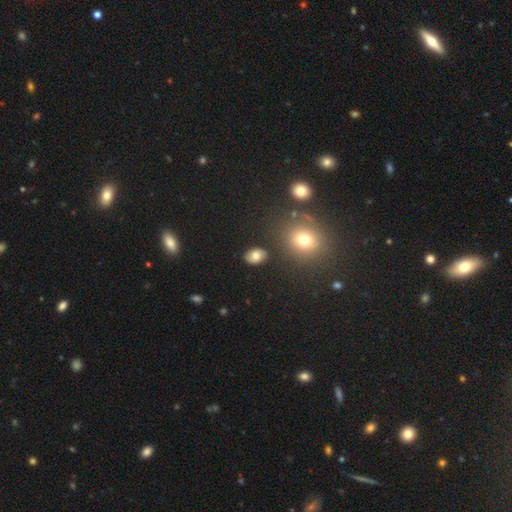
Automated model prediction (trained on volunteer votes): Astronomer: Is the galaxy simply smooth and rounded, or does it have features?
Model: smooth — 77%.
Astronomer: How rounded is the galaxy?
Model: in between — 77%.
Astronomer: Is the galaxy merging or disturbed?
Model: none — 86%.